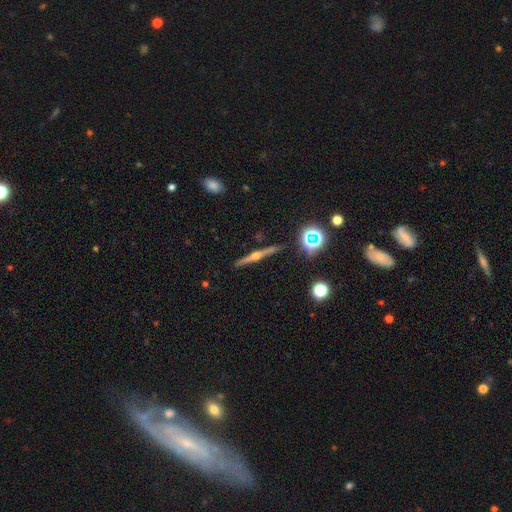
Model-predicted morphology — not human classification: Q: Smooth or featured?
A: featured or disk (77%); runner-up: smooth (13%)
Q: Edge-on disk?
A: yes (98%); runner-up: no (2%)
Q: Edge-on bulge?
A: rounded (93%); runner-up: none (4%)
Q: Merging?
A: none (91%); runner-up: minor disturbance (6%)